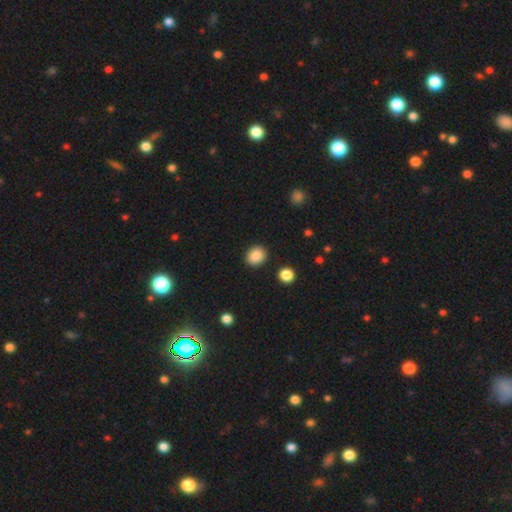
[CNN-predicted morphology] Q: Smooth or featured?
A: smooth (87%); runner-up: star or artifact (9%)
Q: How rounded?
A: round (62%); runner-up: in between (37%)
Q: Merging?
A: none (90%); runner-up: minor disturbance (6%)